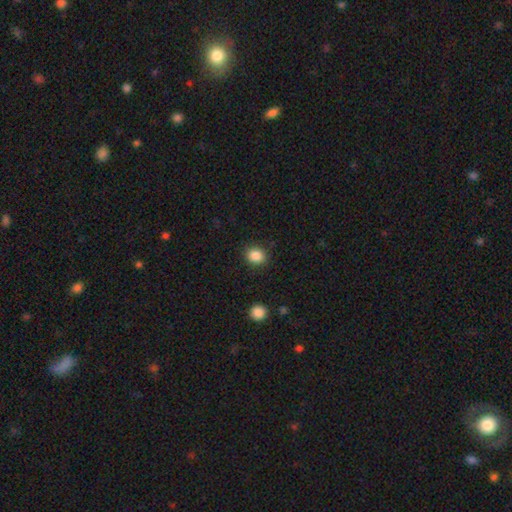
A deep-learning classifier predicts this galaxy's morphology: A smooth galaxy with no disk features (87%) that is round (67%). Merging: none (88%).